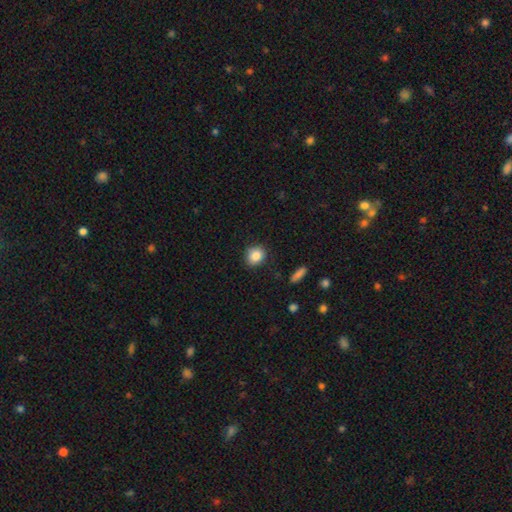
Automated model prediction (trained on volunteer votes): Smooth or featured? Predicted: smooth (p=0.86). How rounded? Predicted: round (p=0.70). Merging? Predicted: none (p=0.85).